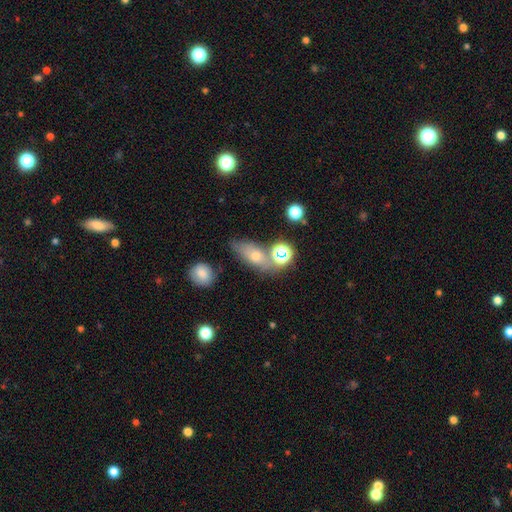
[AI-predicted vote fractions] smooth-or-featured: smooth: 55% | featured or disk: 26% | star or artifact: 19%
  how-rounded: in between: 65% | round: 19% | cigar-shaped: 16%
  merging: none: 57% | merger: 18% | minor disturbance: 17% | major disturbance: 8%